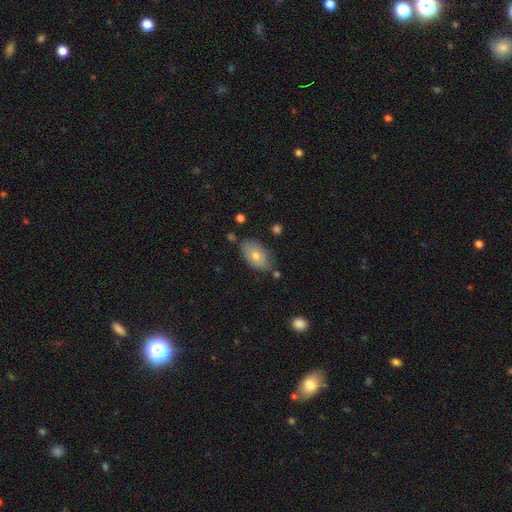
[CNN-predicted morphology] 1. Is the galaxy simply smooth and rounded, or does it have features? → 73% smooth, 20% featured or disk, 7% star or artifact.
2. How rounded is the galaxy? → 92% in between, 6% round, 2% cigar-shaped.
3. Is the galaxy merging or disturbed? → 72% none, 20% minor disturbance, 5% merger, 4% major disturbance.